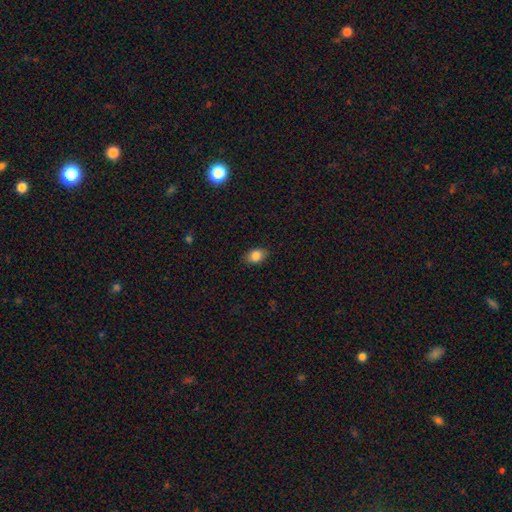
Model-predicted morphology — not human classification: Smooth or featured? smooth (86%)
How rounded? in between (79%)
Merging? none (84%)